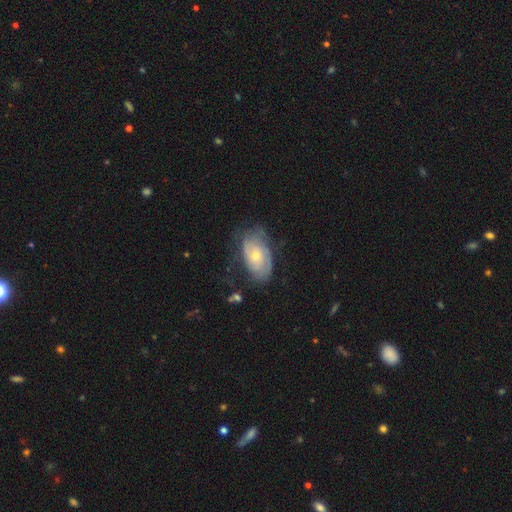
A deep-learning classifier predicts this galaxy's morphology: smooth_or_featured: featured or disk (p=0.70) [alt: smooth p=0.23]
disk_edge_on: no (p=0.95) [alt: yes p=0.05]
bar: no (p=0.74) [alt: weak p=0.23]
has_spiral_arms: yes (p=0.86) [alt: no p=0.14]
spiral_winding: tight (p=0.58) [alt: medium p=0.30]
spiral_arm_count: can't tell (p=0.42) [alt: 2 p=0.35]
bulge_size: moderate (p=0.48) [tied with: small p=0.48]
merging: none (p=0.62) [alt: minor disturbance p=0.25]